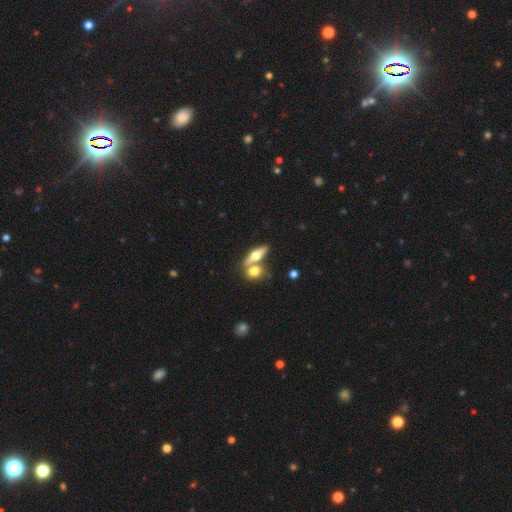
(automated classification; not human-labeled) A featured or disk galaxy (51%) viewed edge-on (86%). Merging: none (49%).